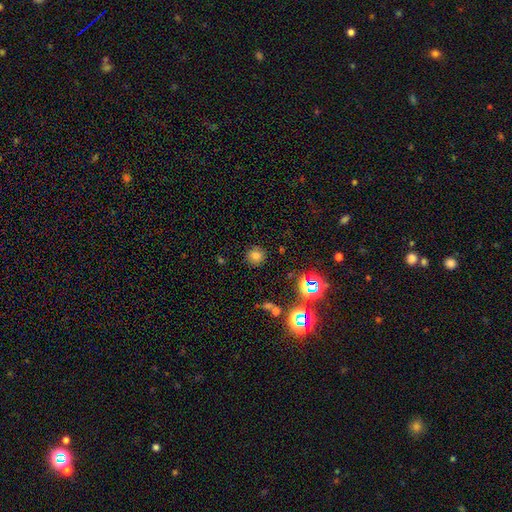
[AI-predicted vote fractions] A smooth galaxy with no disk features (74%) that is round (91%). Merging: none (88%).